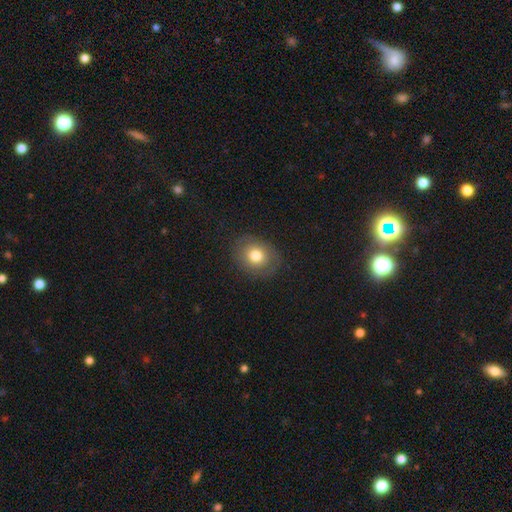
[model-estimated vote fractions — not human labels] Smooth or featured: smooth — 75% (featured or disk — 15%)
How rounded: round — 60% (in between — 39%)
Merging: none — 83% (minor disturbance — 12%)